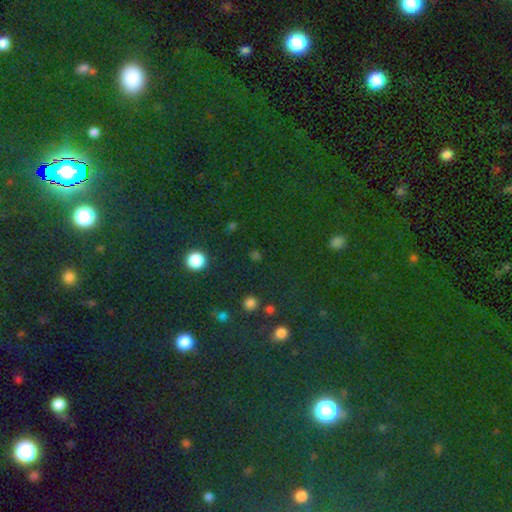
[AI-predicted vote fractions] Smooth or featured? smooth (47%)
Merging? none (85%)